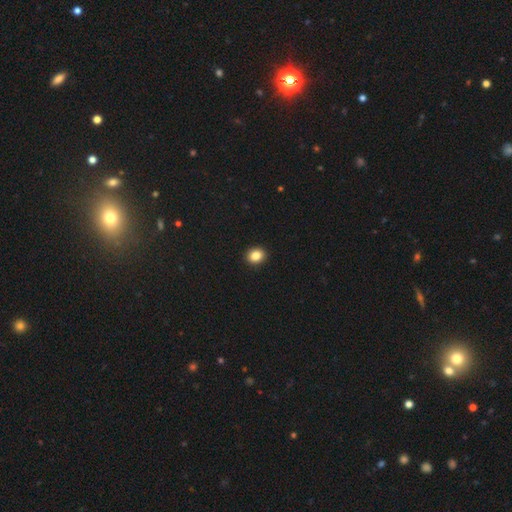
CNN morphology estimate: type=smooth (85%); roundness=round (68%); merging=none (93%).